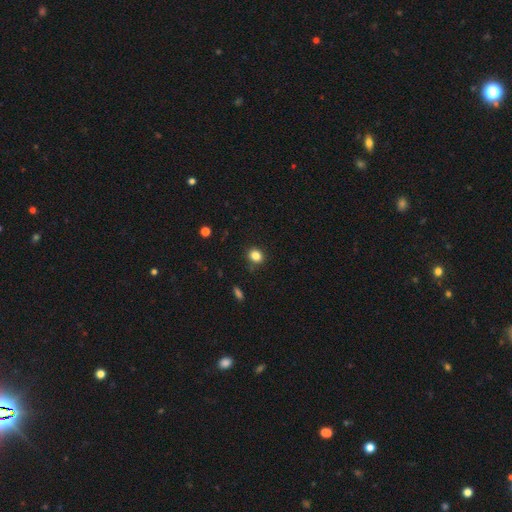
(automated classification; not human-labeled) This appears to be a smooth galaxy with no disk features (83%) that is round (73%). Merging: none (82%).